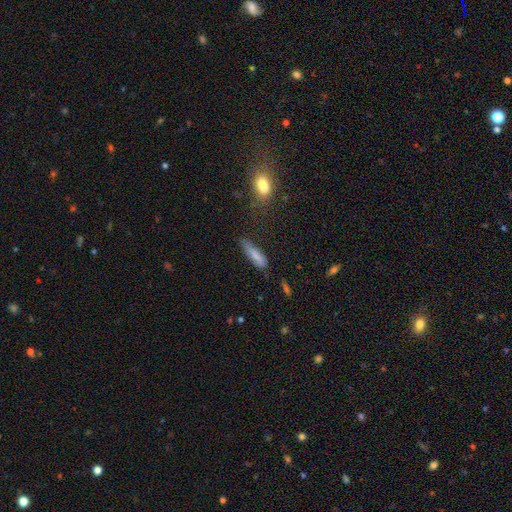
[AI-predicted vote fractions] This is likely a smooth galaxy (78%). How rounded: possibly cigar-shaped (59%). Merging: possibly none (51%).